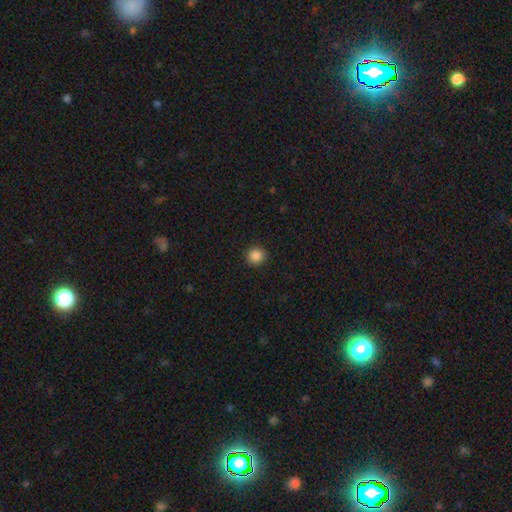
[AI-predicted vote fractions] Smooth or featured?
  - smooth: 87% *
  - star or artifact: 10%
  - featured or disk: 3%
How rounded?
  - round: 92% *
  - in between: 7%
  - cigar-shaped: 1%
Merging?
  - none: 92% *
  - minor disturbance: 5%
  - major disturbance: 2%
  - merger: 1%